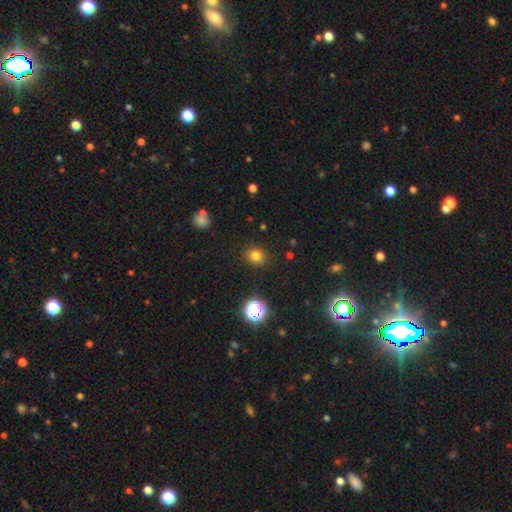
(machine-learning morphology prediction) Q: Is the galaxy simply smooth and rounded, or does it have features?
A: smooth — 78%.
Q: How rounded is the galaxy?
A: round — 79%.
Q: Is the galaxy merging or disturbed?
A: none — 86%.